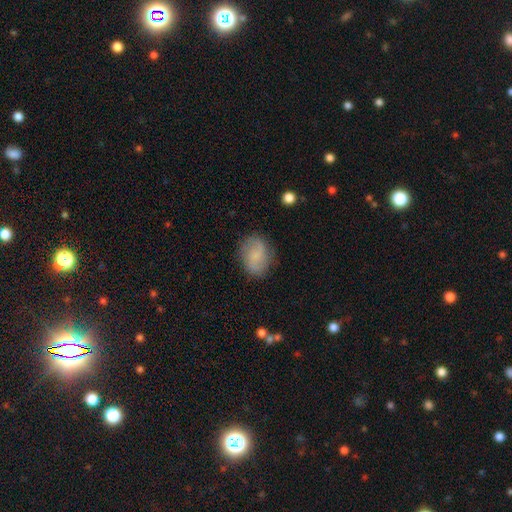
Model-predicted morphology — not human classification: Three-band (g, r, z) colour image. It shows a smooth galaxy with no disk features (51%) that is in between round and cigar-shaped (66%). Merging: none (78%).